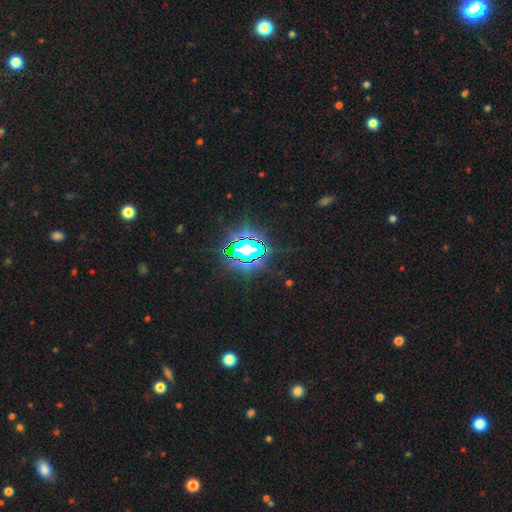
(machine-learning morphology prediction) A star or artifact, not a galaxy (74%).